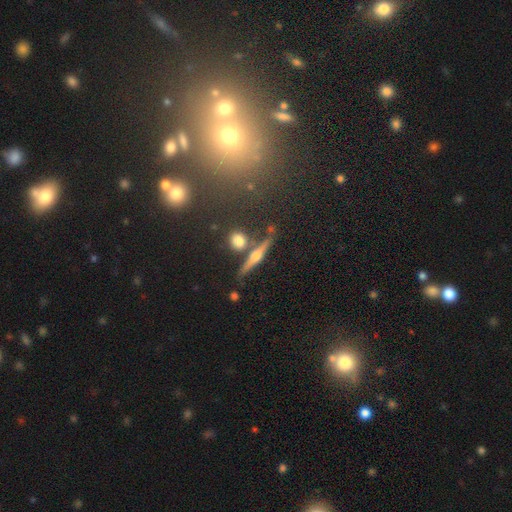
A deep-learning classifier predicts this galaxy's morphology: smooth_or_featured: featured or disk (p=0.69) [alt: smooth p=0.21]
disk_edge_on: yes (p=0.95) [alt: no p=0.05]
edge_on_bulge: rounded (p=0.90) [alt: boxy p=0.05]
merging: none (p=0.77) [alt: minor disturbance p=0.10]